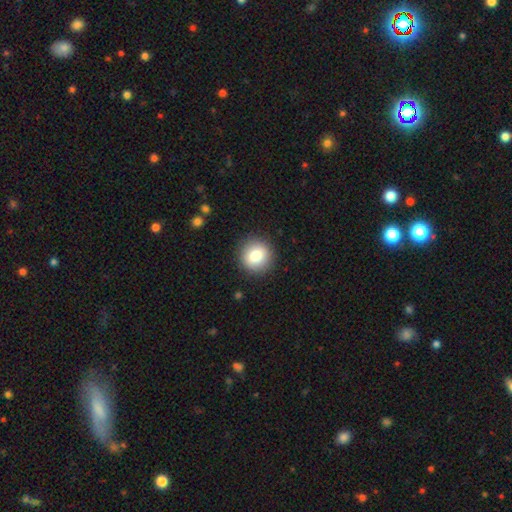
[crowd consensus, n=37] This is clearly a smooth galaxy (86%). How rounded: clearly round (100%). Merging: clearly none (91%).